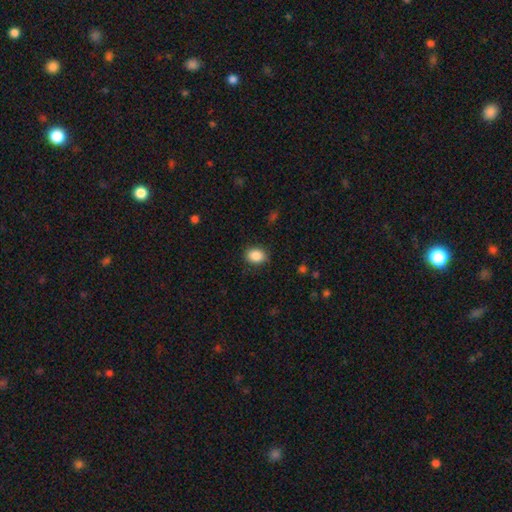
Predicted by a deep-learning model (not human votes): This is clearly a smooth galaxy (88%). How rounded: likely in between (65%). Merging: clearly none (86%).